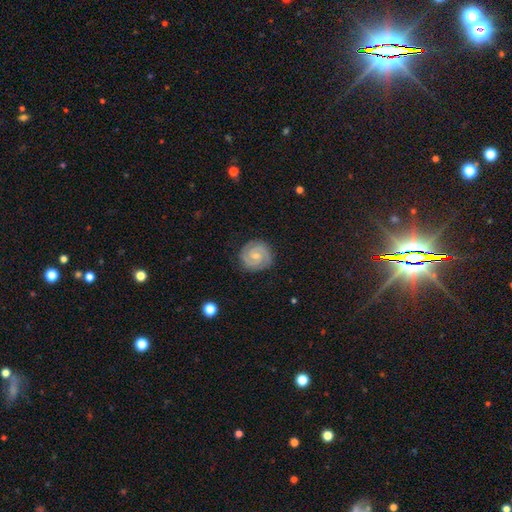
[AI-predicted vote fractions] Smooth or featured: featured or disk — 86% (smooth — 9%)
Edge-on disk: no — 98% (yes — 2%)
Bar: no — 46% (weak — 43%)
Spiral arms: yes — 98% (no — 2%)
Spiral winding: tight — 71% (medium — 26%)
Spiral arm count: 2 — 87% (3 — 6%)
Bulge size: small — 60% (moderate — 33%)
Merging: none — 86% (minor disturbance — 11%)